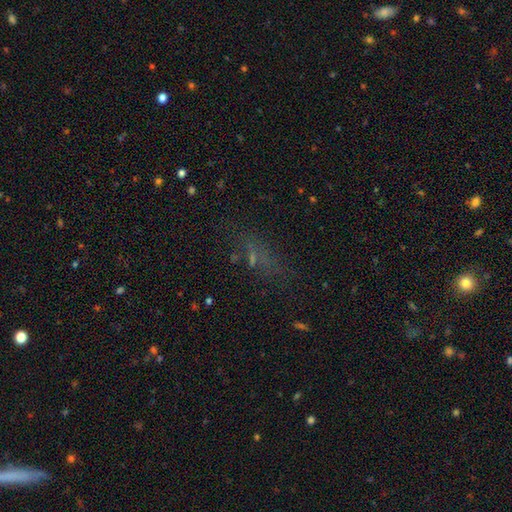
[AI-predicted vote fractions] smooth-or-featured: smooth: 44% | star or artifact: 36% | featured or disk: 21%
  merging: none: 59% | minor disturbance: 18% | major disturbance: 17% | merger: 6%